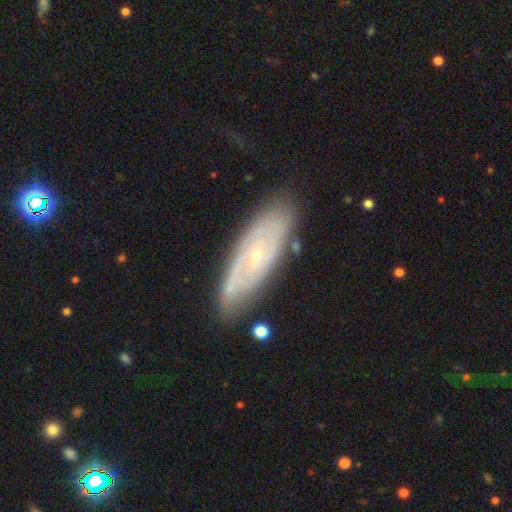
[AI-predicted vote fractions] This appears to be a featured or disk galaxy (76%) with no bar (69%), tight (60%) spiral arms (81%) and a small central bulge (79%). Merging: none (78%).